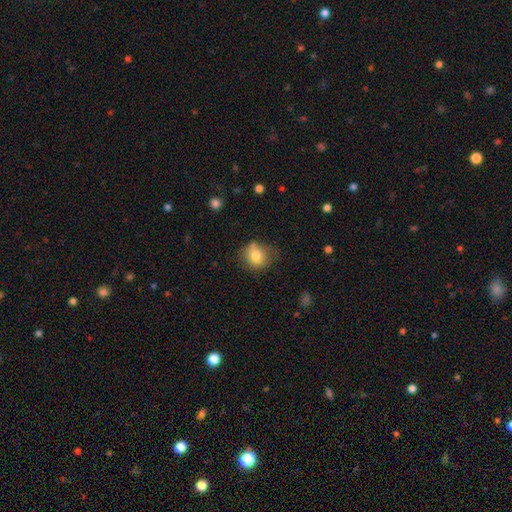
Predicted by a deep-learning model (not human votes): This appears to be a smooth galaxy with no disk features (79%) that is round (71%). Merging: none (63%).